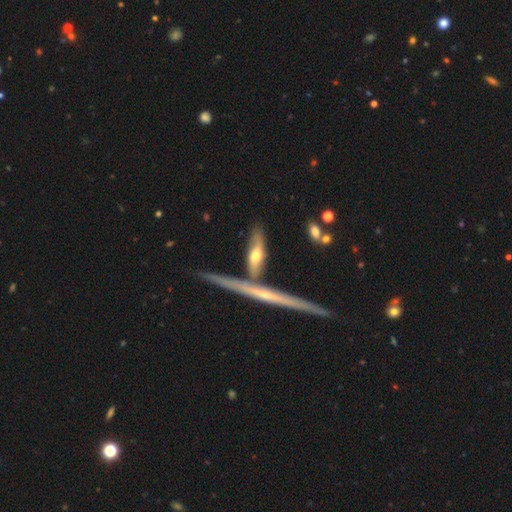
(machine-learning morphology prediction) featured or disk 48%, smooth 45%, star or artifact 7%. Down the decision tree: merging — none (60%).